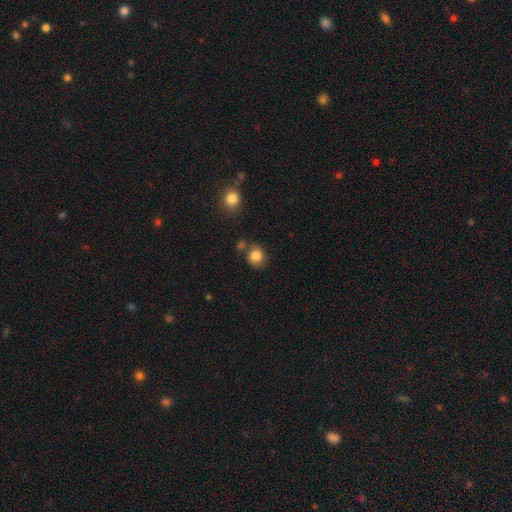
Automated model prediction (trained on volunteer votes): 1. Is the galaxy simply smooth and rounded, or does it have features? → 81% smooth, 10% star or artifact, 10% featured or disk.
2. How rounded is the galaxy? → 74% round, 25% in between, 1% cigar-shaped.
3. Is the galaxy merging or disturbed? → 69% none, 17% minor disturbance, 10% merger, 5% major disturbance.